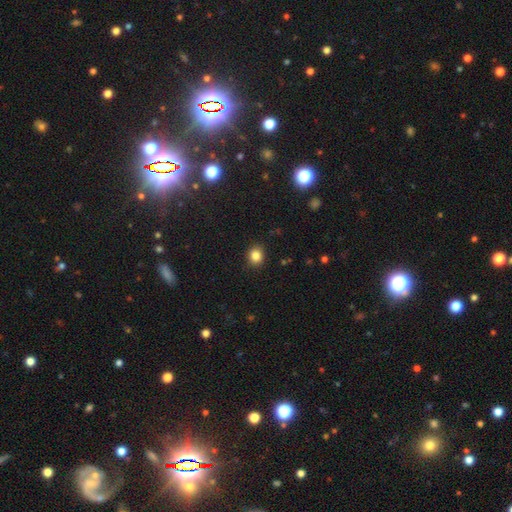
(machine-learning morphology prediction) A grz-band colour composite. It shows a smooth galaxy with no disk features (85%) that is round (72%). Merging: none (89%).